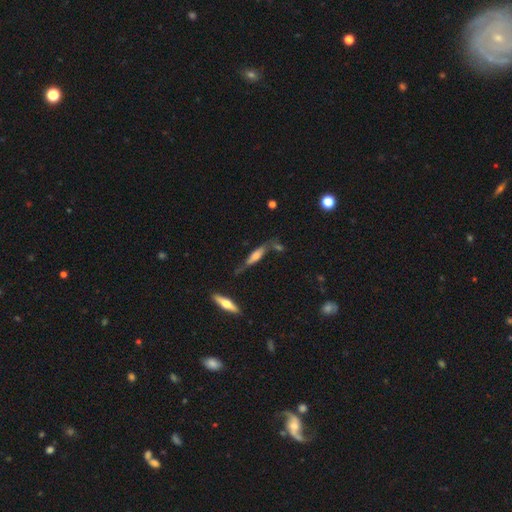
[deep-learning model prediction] The model was most divided on "smooth or featured": featured or disk: 58%, smooth: 33%, star or artifact: 9%. More confident: edge-on disk — yes (81%); merging — none (57%).